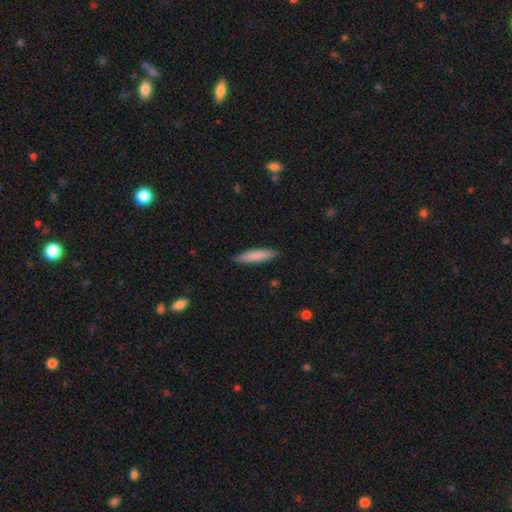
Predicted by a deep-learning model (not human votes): smooth_or_featured: smooth (p=0.83) [alt: featured or disk p=0.11]
how_rounded: cigar-shaped (p=0.81) [alt: in between p=0.18]
merging: none (p=0.87) [alt: minor disturbance p=0.10]